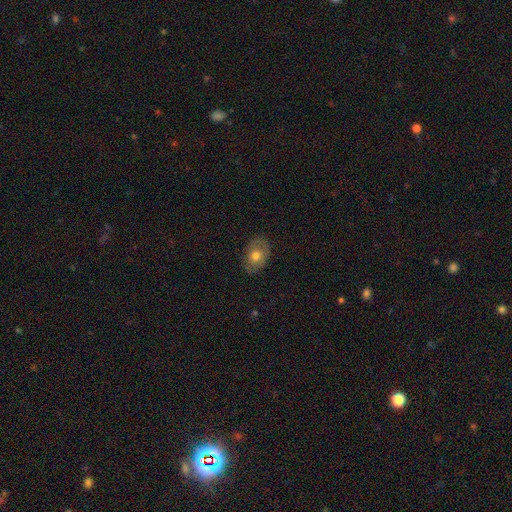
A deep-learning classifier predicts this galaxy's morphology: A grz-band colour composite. It shows a smooth galaxy with no disk features (60%) that is in between round and cigar-shaped (75%). Merging: none (79%).